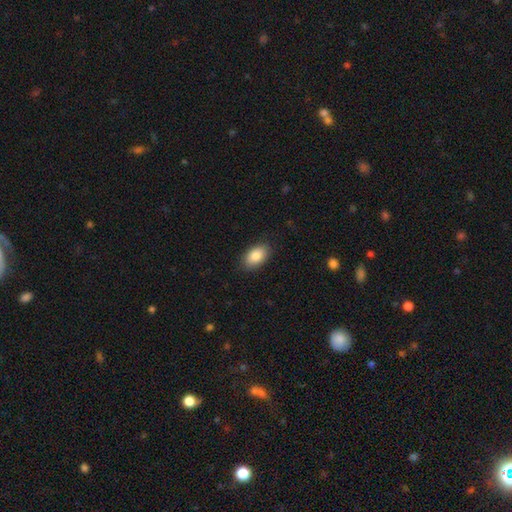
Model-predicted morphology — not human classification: A smooth galaxy with no disk features (87%) that is in between round and cigar-shaped (92%).

Vote fractions:
- Smooth or featured? smooth: 87% / star or artifact: 7% / featured or disk: 6%
- How rounded? in between: 92% / round: 6% / cigar-shaped: 2%
- Merging? none: 87% / minor disturbance: 10% / major disturbance: 2% / merger: 1%